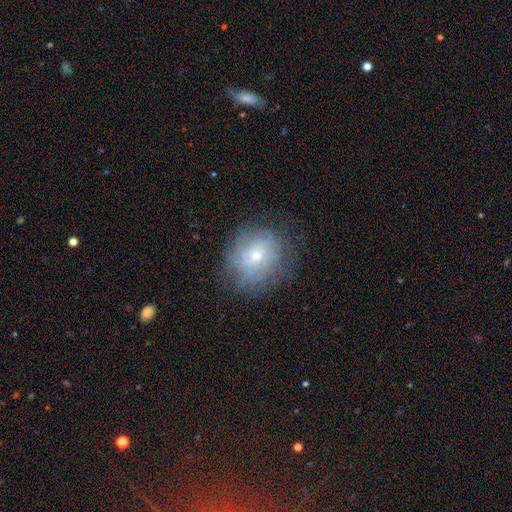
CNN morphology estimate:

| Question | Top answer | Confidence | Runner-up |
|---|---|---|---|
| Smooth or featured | featured or disk | 53% | smooth (36%) |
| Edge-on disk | no | 96% | yes (4%) |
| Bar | no | 78% | weak (19%) |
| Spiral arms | yes | 68% | no (32%) |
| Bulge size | small | 63% | moderate (33%) |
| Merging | none | 74% | minor disturbance (17%) |